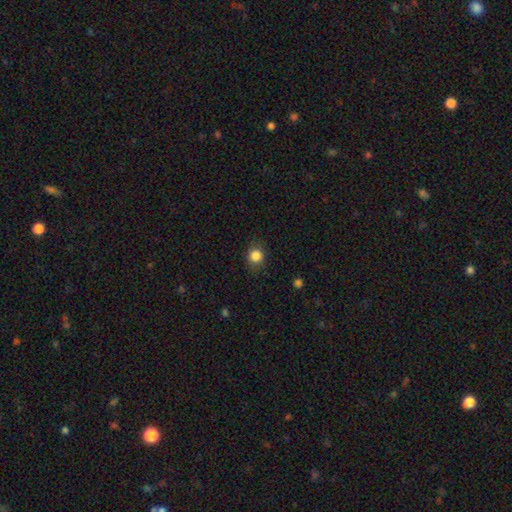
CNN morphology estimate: The model was most divided on "how rounded": round: 79%, in between: 20%, cigar-shaped: 1%. More confident: smooth or featured — smooth (85%); merging — none (81%).